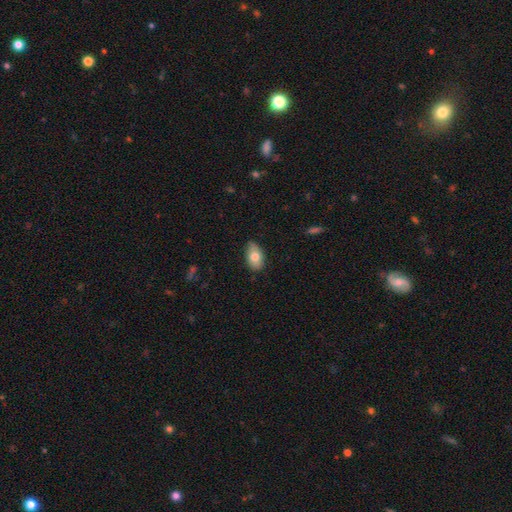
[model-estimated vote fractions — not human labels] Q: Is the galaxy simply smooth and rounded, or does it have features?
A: smooth — 77%.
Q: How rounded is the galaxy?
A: in between — 91%.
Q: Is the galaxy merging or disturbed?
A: none — 73%.